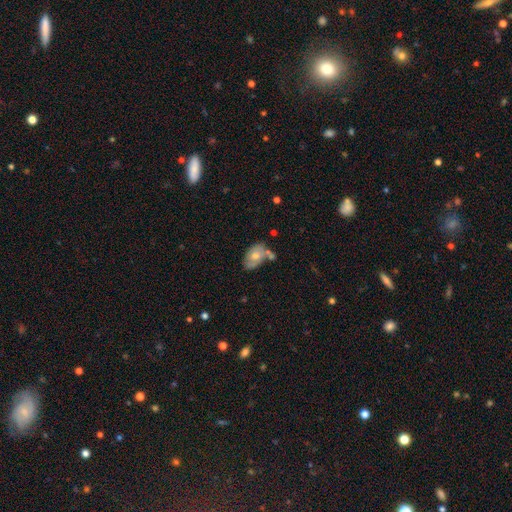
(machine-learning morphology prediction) This appears to be a smooth galaxy with no disk features (48%). Merging: none (38%).